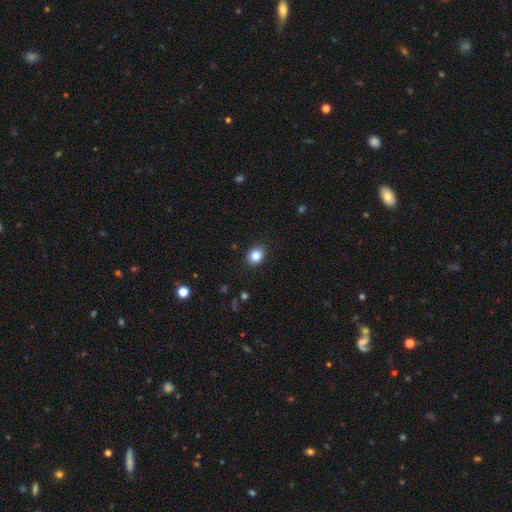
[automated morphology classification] type=smooth (84%); roundness=round (59%); merging=none (90%).